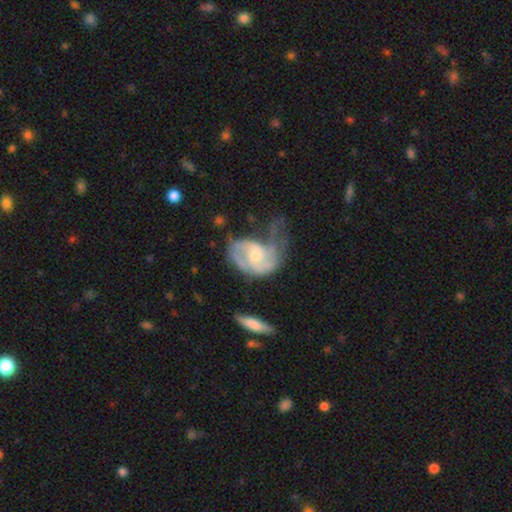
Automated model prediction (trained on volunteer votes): featured or disk 78%, smooth 17%, star or artifact 6%. Down the decision tree: edge-on disk — no (97%); bar — no (64%); spiral arms — yes (87%); spiral arm count — 2 (57%); spiral winding — medium (44%); bulge size — small (45%); merging — major disturbance (43%).